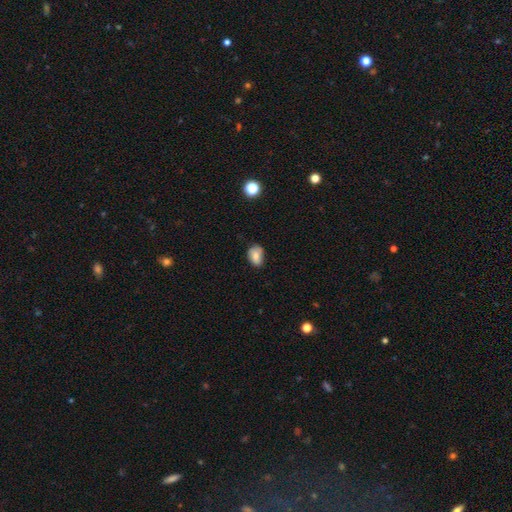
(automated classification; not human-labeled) A smooth galaxy with no disk features (79%) that is in between round and cigar-shaped (77%).

Vote fractions:
- Smooth or featured? smooth: 79% / featured or disk: 12% / star or artifact: 9%
- How rounded? in between: 77% / round: 22% / cigar-shaped: 1%
- Merging? none: 62% / minor disturbance: 30% / major disturbance: 5% / merger: 2%